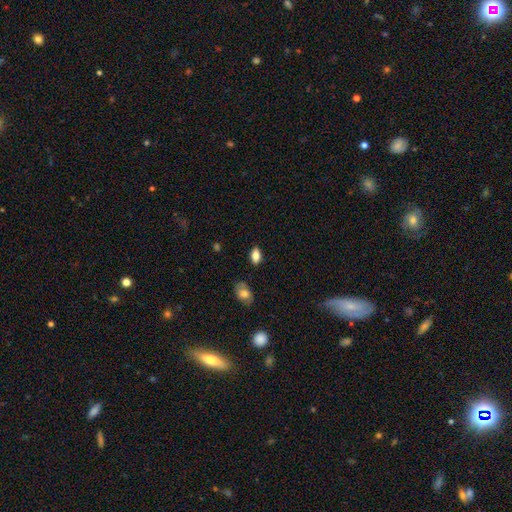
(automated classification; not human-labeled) smooth 80%, featured or disk 12%, star or artifact 8%. Down the decision tree: how rounded — in between (89%); merging — none (85%).